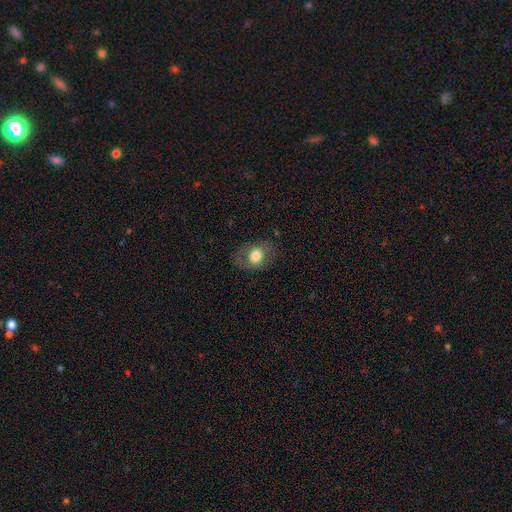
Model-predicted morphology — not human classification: Smooth or featured? smooth (67%)
How rounded? in between (60%)
Merging? none (74%)